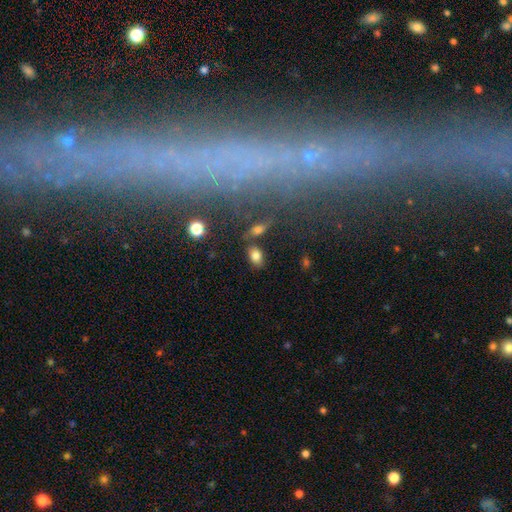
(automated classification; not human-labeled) A smooth galaxy with no disk features (80%) that is in between round and cigar-shaped (88%).

Vote fractions:
- Smooth or featured? smooth: 80% / star or artifact: 10% / featured or disk: 9%
- How rounded? in between: 88% / round: 10% / cigar-shaped: 2%
- Merging? none: 76% / minor disturbance: 12% / merger: 8% / major disturbance: 4%